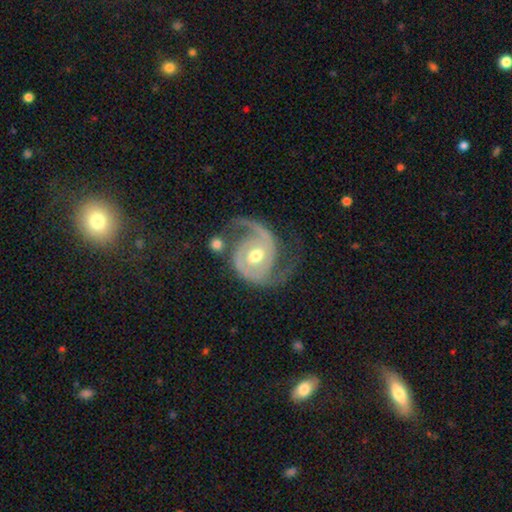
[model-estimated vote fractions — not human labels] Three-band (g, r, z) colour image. It shows a featured or disk galaxy (91%) with no bar (50%), 2 (86%) medium (50%) spiral arms (97%) and a moderate central bulge (75%). Merging: none (59%).